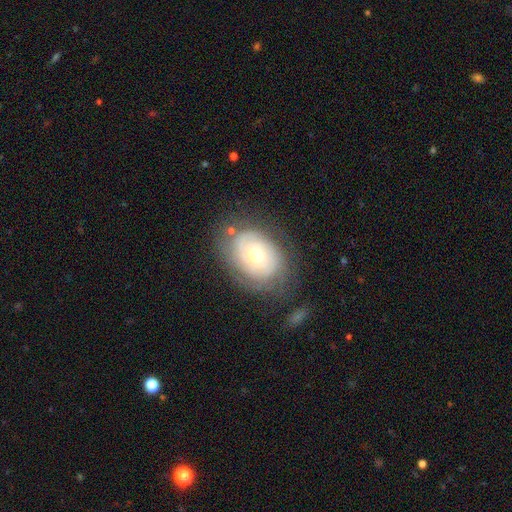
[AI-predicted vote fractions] smooth-or-featured: featured or disk: 68% | smooth: 24% | star or artifact: 8%
  disk-edge-on: no: 96% | yes: 4%
    bar: no: 80% | weak: 17% | strong: 3%
    has-spiral-arms: yes: 82% | no: 18%
      spiral-winding: tight: 70% | medium: 22% | loose: 8%
      spiral-arm-count: can't tell: 49% | 2: 23% | 3: 13% | 1: 6% | 4: 5% | more than 4: 4%
    bulge-size: moderate: 54% | small: 40% | large: 4% | dominant: 1% | none: 1%
  merging: none: 67% | minor disturbance: 20% | major disturbance: 10% | merger: 2%